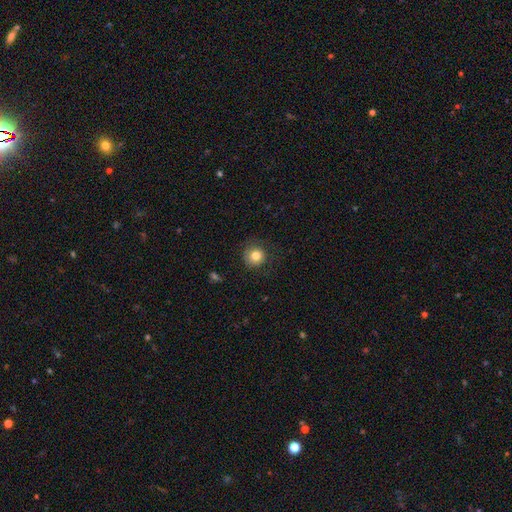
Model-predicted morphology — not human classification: smooth 81%, star or artifact 10%, featured or disk 9%. Down the decision tree: how rounded — round (93%); merging — none (79%).